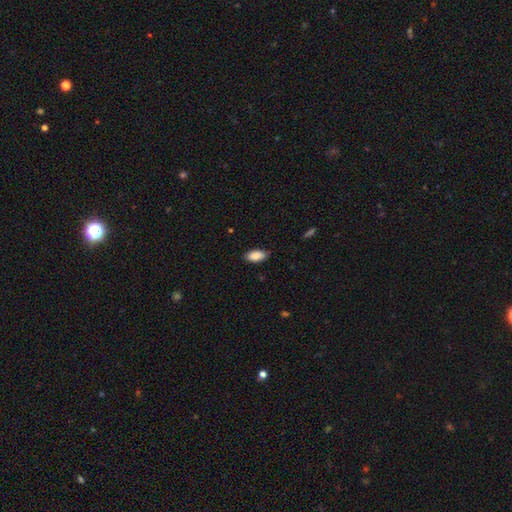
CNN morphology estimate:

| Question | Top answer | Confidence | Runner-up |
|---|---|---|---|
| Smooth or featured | smooth | 88% | star or artifact (7%) |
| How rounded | in between | 93% | cigar-shaped (4%) |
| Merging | none | 83% | minor disturbance (14%) |